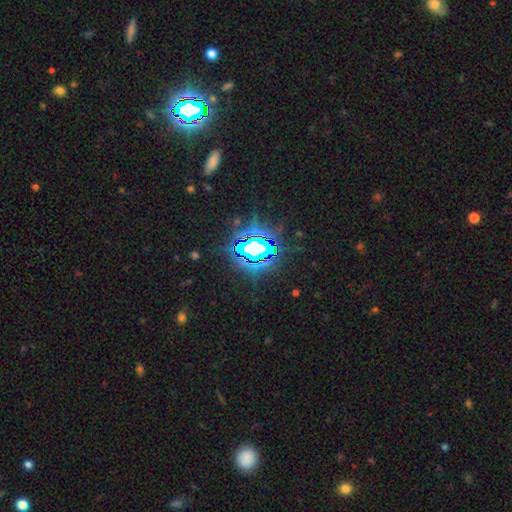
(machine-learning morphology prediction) Overall: star or artifact (83%).